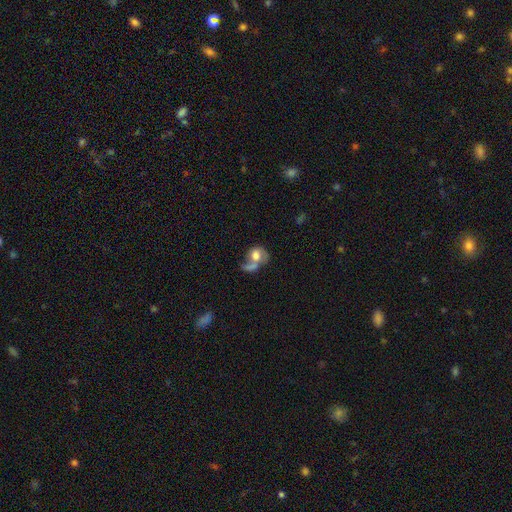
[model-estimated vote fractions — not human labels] Q: Smooth or featured?
A: smooth (49%); runner-up: featured or disk (42%)
Q: Merging?
A: merger (49%); runner-up: major disturbance (23%)